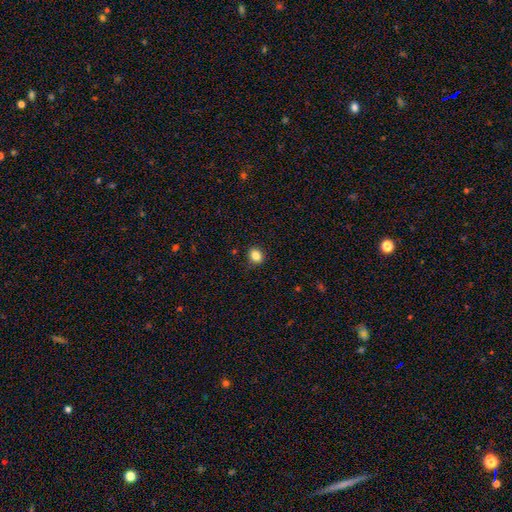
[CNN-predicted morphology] Overall: smooth (85%). How rounded: round (66%; in between 34%). Merging: none (90%).